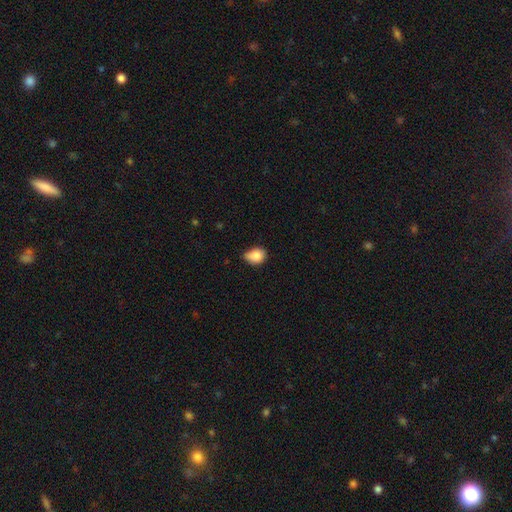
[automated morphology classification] This is clearly a smooth galaxy (85%). How rounded: possibly in between (60%). Merging: possibly none (47%).